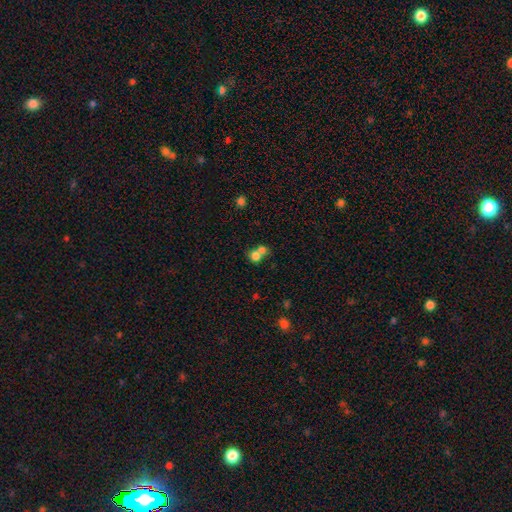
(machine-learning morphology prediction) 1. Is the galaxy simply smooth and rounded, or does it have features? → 74% smooth, 14% featured or disk, 12% star or artifact.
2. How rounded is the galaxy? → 73% round, 26% in between, 1% cigar-shaped.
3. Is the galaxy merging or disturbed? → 63% merger, 28% none, 5% minor disturbance, 3% major disturbance.